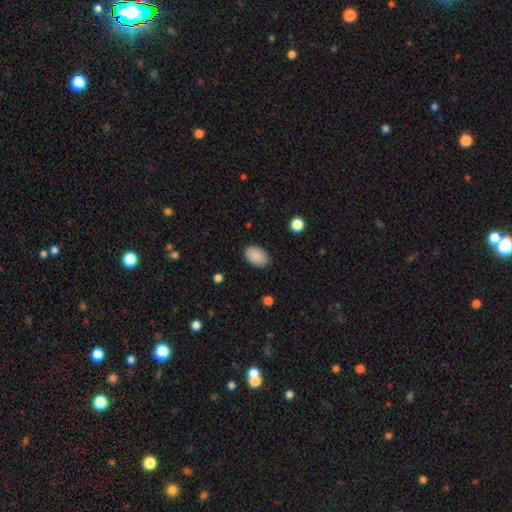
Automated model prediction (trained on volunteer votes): A smooth galaxy with no disk features (89%) that is in between round and cigar-shaped (89%). Merging: none (87%).